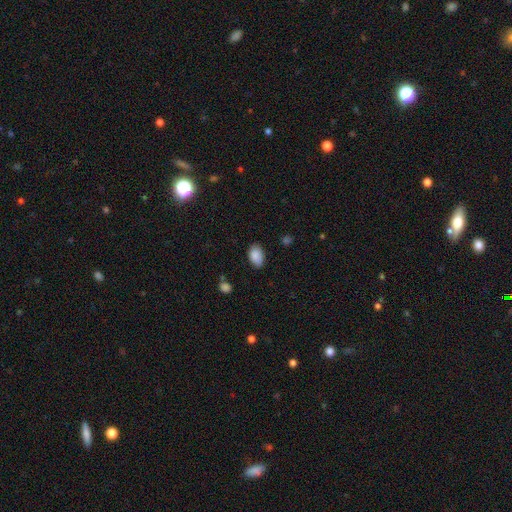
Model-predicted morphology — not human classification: Smooth or featured: smooth — 89% (star or artifact — 7%)
How rounded: in between — 92% (round — 7%)
Merging: none — 82% (minor disturbance — 13%)